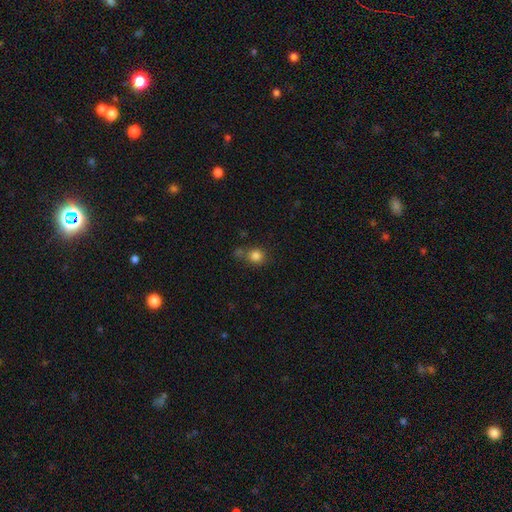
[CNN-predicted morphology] Smooth or featured: smooth — 82% (star or artifact — 12%)
How rounded: round — 85% (in between — 14%)
Merging: none — 64% (merger — 18%)